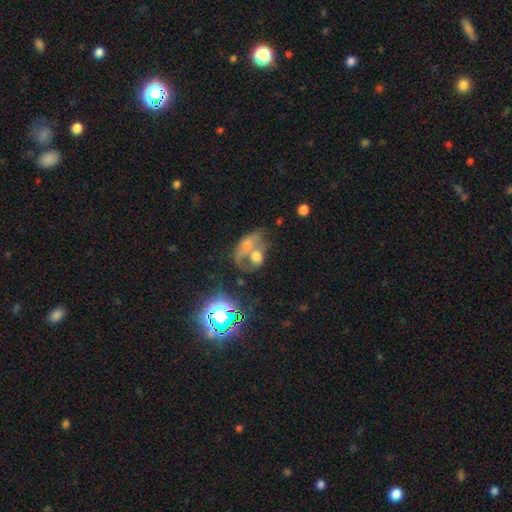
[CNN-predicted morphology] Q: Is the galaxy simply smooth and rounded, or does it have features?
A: smooth — 47%.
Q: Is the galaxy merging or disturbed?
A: merger — 56%.